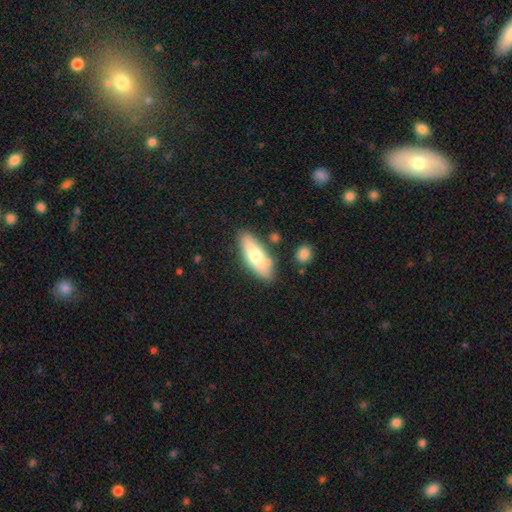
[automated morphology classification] A smooth galaxy with no disk features (65%) that is in between round and cigar-shaped (64%).

Vote fractions:
- Smooth or featured? smooth: 65% / featured or disk: 29% / star or artifact: 6%
- How rounded? in between: 64% / cigar-shaped: 34% / round: 2%
- Merging? none: 78% / minor disturbance: 13% / merger: 6% / major disturbance: 3%